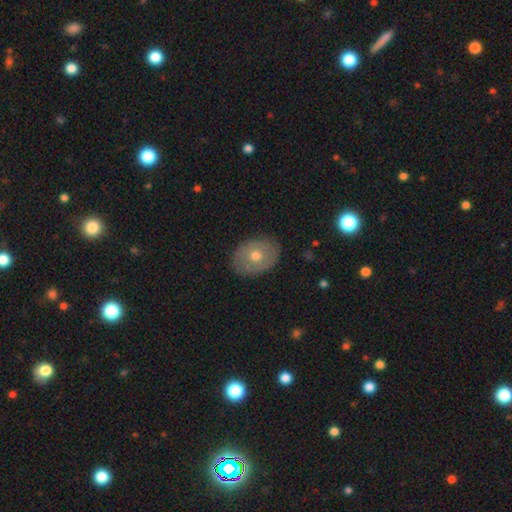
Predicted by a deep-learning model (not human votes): Smooth or featured?
  - smooth: 52% *
  - featured or disk: 40%
  - star or artifact: 7%
How rounded?
  - in between: 70% *
  - round: 29%
  - cigar-shaped: 1%
Merging?
  - none: 86% *
  - minor disturbance: 10%
  - major disturbance: 3%
  - merger: 1%